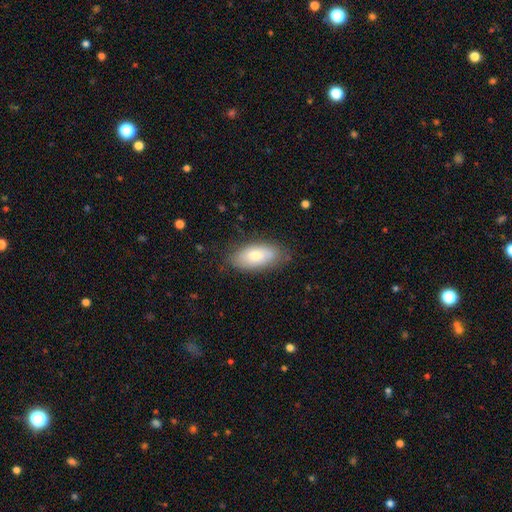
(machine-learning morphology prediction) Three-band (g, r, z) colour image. It shows a smooth galaxy with no disk features (71%) that is in between round and cigar-shaped (91%). Merging: none (78%).